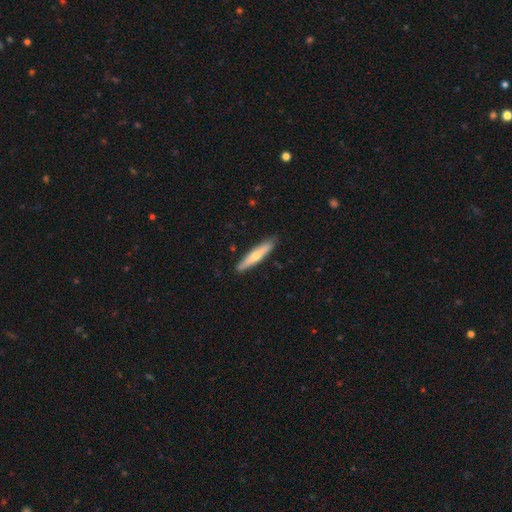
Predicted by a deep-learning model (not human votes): This appears to be a smooth galaxy with no disk features (53%) that is cigar-shaped (89%). Merging: none (87%).